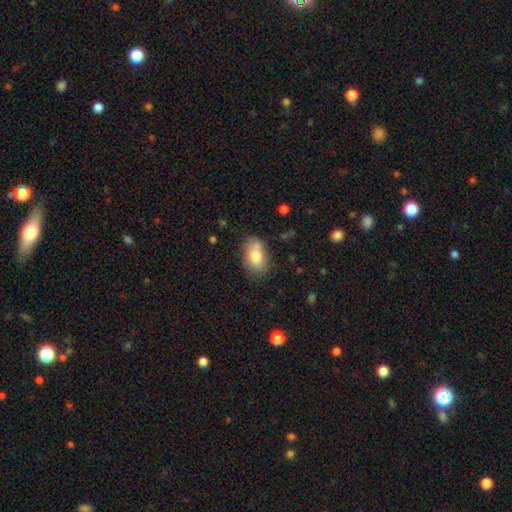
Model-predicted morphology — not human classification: Q: Smooth or featured?
A: smooth (82%); runner-up: featured or disk (11%)
Q: How rounded?
A: in between (91%); runner-up: round (7%)
Q: Merging?
A: none (74%); runner-up: minor disturbance (19%)